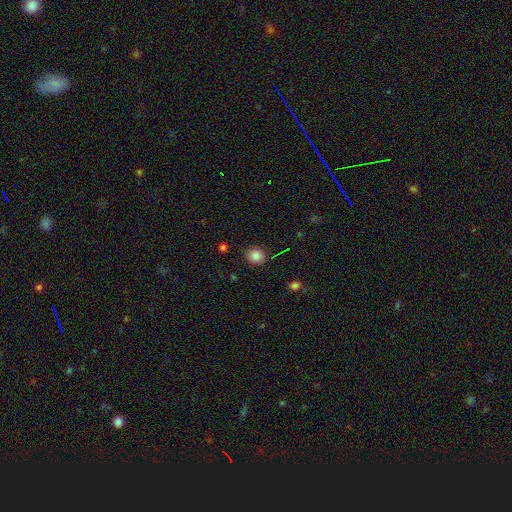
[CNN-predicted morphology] Smooth or featured?
  - smooth: 84% *
  - star or artifact: 11%
  - featured or disk: 5%
How rounded?
  - round: 78% *
  - in between: 21%
  - cigar-shaped: 1%
Merging?
  - none: 88% *
  - minor disturbance: 8%
  - major disturbance: 2%
  - merger: 2%